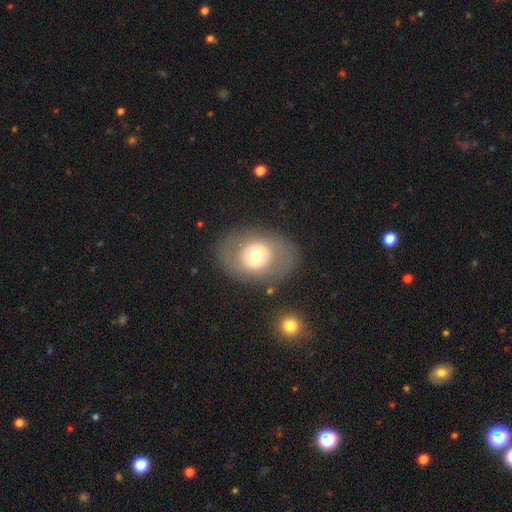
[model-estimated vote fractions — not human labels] Morphology: type=featured or disk (46%, tied with smooth); merging=none (76%).